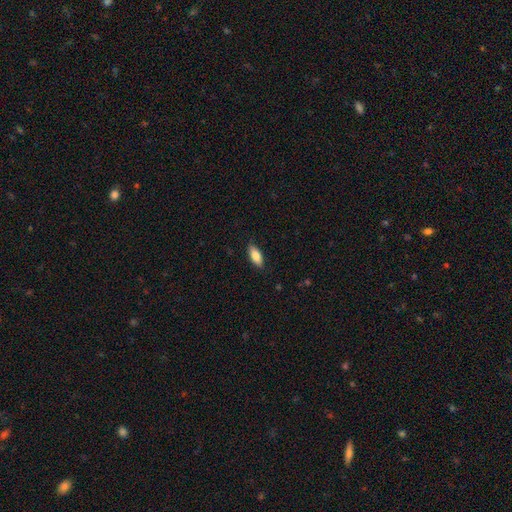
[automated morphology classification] Q: Smooth or featured?
A: smooth (82%); runner-up: featured or disk (12%)
Q: How rounded?
A: in between (82%); runner-up: cigar-shaped (16%)
Q: Merging?
A: none (86%); runner-up: minor disturbance (11%)